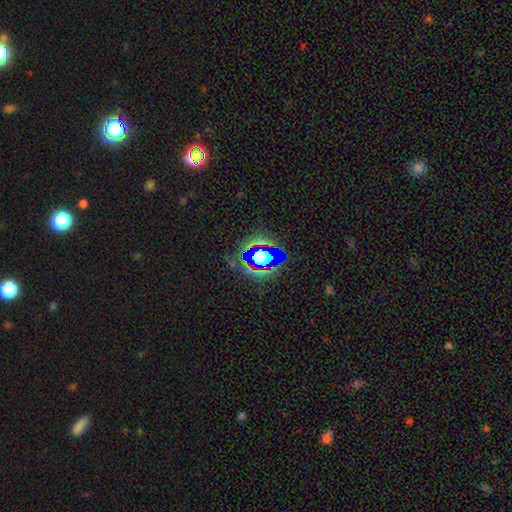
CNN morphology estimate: Smooth or featured: star or artifact — 50% (smooth — 32%)